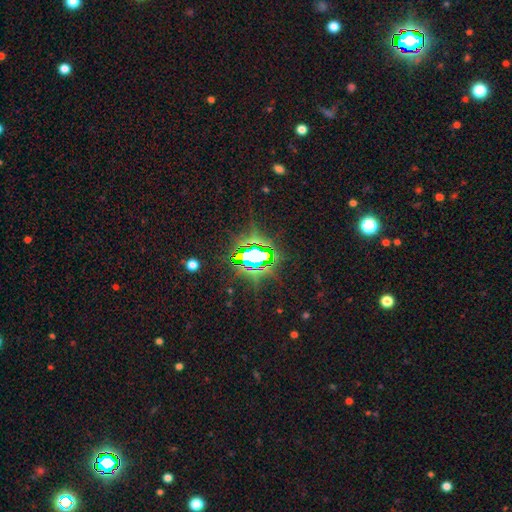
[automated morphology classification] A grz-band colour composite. It shows a star or artifact, not a galaxy (79%).